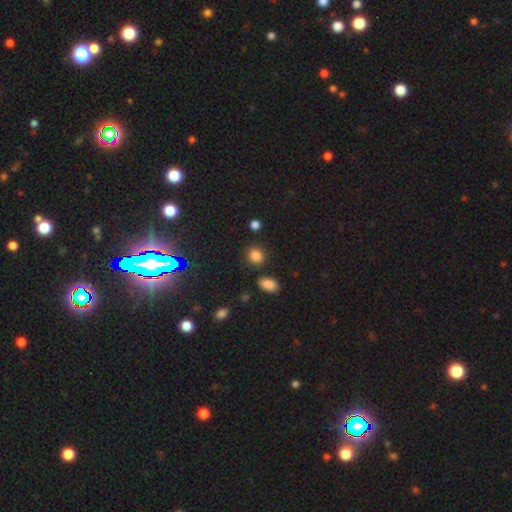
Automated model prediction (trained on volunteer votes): This is clearly a smooth galaxy (82%). How rounded: likely round (74%). Merging: clearly none (85%).